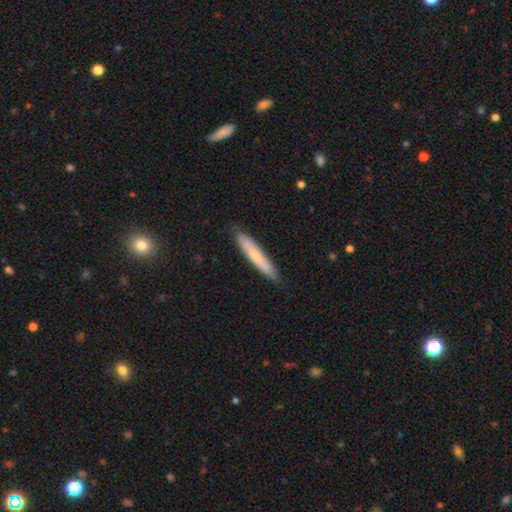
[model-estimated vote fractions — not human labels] smooth-or-featured: smooth: 69% | featured or disk: 25% | star or artifact: 6%
  how-rounded: cigar-shaped: 92% | in between: 7% | round: 1%
  merging: none: 85% | minor disturbance: 12% | major disturbance: 2% | merger: 1%